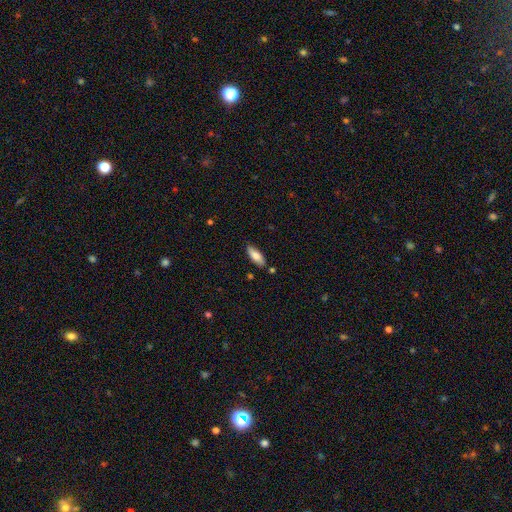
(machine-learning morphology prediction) A smooth galaxy with no disk features (82%) that is in between round and cigar-shaped (69%).

Vote fractions:
- Smooth or featured? smooth: 82% / featured or disk: 11% / star or artifact: 6%
- How rounded? in between: 69% / cigar-shaped: 29% / round: 2%
- Merging? none: 80% / minor disturbance: 14% / merger: 4% / major disturbance: 3%